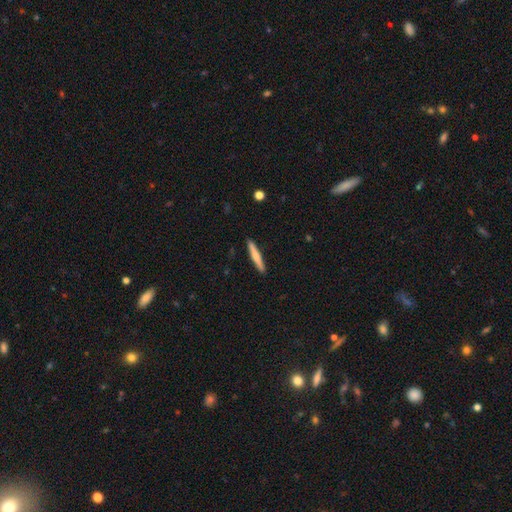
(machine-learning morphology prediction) Smooth or featured? Predicted: smooth (p=0.57). How rounded? Predicted: cigar-shaped (p=0.94). Merging? Predicted: none (p=0.91).